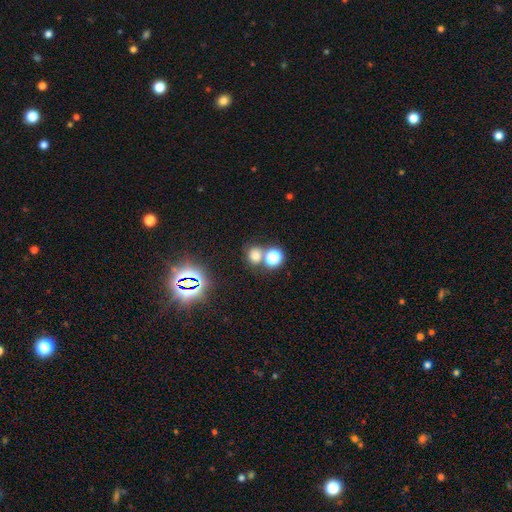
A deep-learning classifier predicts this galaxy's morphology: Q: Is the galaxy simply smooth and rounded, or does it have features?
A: smooth — 67%.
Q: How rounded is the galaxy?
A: round — 76%.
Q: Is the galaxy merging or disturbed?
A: none — 57%.